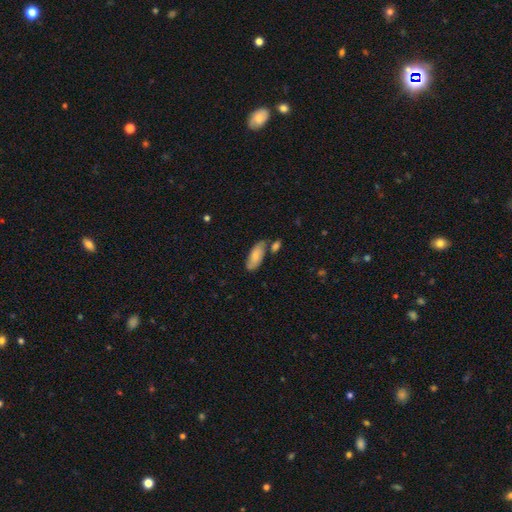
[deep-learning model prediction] smooth 67%, featured or disk 26%, star or artifact 7%. Down the decision tree: how rounded — in between (83%); merging — none (57%).